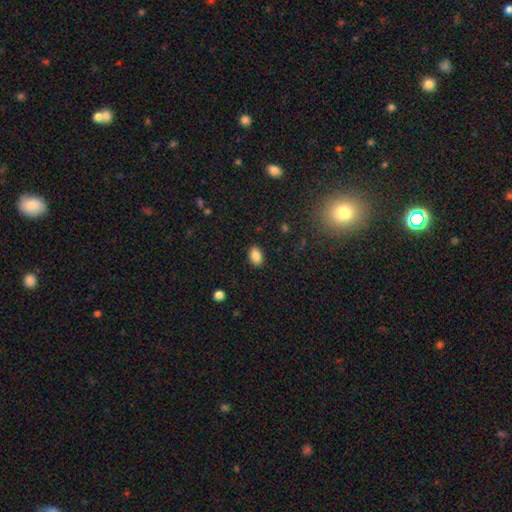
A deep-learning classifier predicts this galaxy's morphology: smooth_or_featured: smooth (p=0.87) [alt: star or artifact p=0.09]
how_rounded: in between (p=0.87) [alt: round p=0.11]
merging: none (p=0.88) [alt: minor disturbance p=0.09]